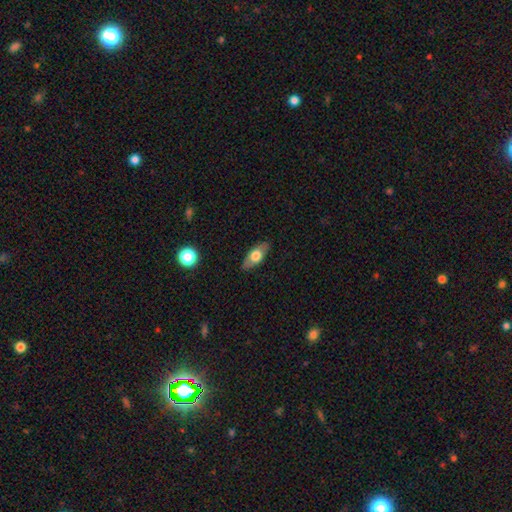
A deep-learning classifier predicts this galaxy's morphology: Q: Smooth or featured?
A: smooth (62%); runner-up: featured or disk (32%)
Q: How rounded?
A: in between (81%); runner-up: cigar-shaped (14%)
Q: Merging?
A: none (85%); runner-up: minor disturbance (12%)